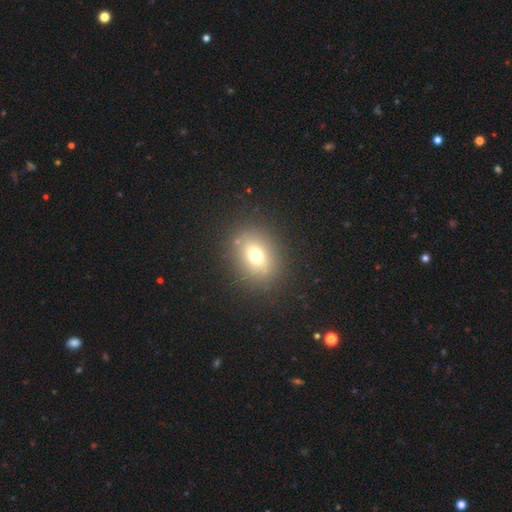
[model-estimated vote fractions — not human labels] Smooth or featured? Predicted: smooth (p=0.69). How rounded? Predicted: in between (p=0.56). Merging? Predicted: none (p=0.84).